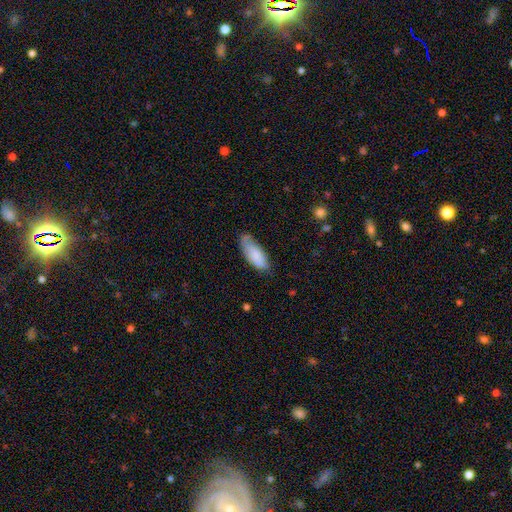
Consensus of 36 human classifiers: smooth_or_featured: smooth (p=0.94) [alt: featured or disk p=0.06]
how_rounded: in between (p=0.82) [alt: cigar-shaped p=0.18]
merging: none (p=0.61) [alt: minor disturbance p=0.36]